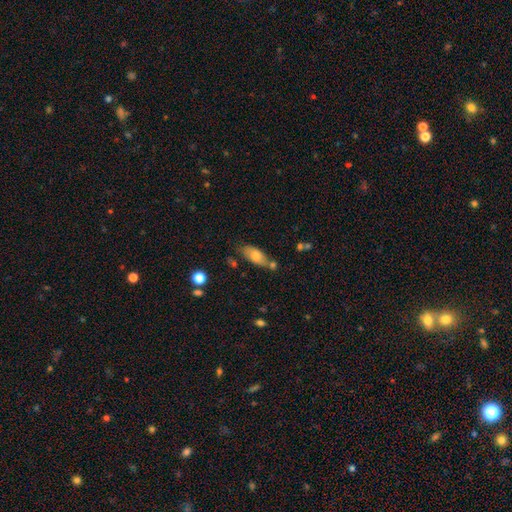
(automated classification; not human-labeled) Smooth or featured? smooth (72%)
How rounded? in between (82%)
Merging? none (59%)